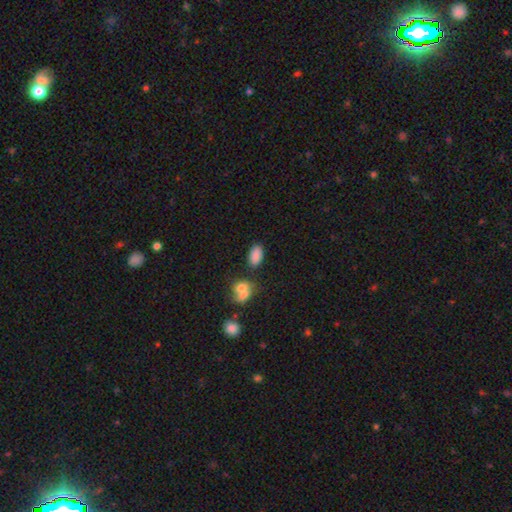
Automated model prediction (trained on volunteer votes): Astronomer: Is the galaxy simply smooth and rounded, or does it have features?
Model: smooth — 86%.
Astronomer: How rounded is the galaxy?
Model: in between — 92%.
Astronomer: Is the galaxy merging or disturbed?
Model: none — 74%.